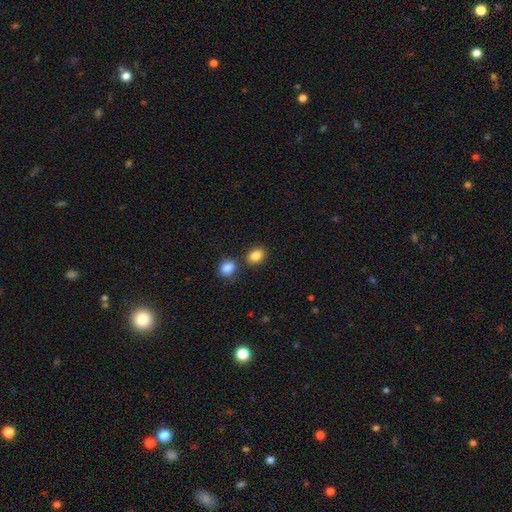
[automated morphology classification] Smooth or featured: smooth — 86% (star or artifact — 9%)
How rounded: in between — 54% (round — 45%)
Merging: none — 72% (merger — 16%)